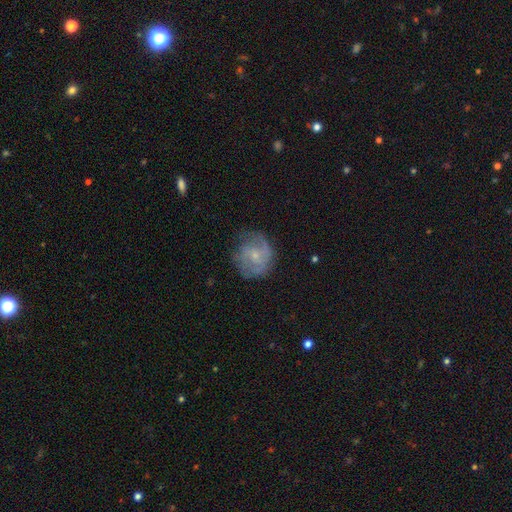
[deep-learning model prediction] Q: Smooth or featured?
A: featured or disk (60%); runner-up: smooth (32%)
Q: Edge-on disk?
A: no (98%); runner-up: yes (2%)
Q: Bar?
A: no (60%); runner-up: weak (35%)
Q: Spiral arms?
A: yes (78%); runner-up: no (22%)
Q: Bulge size?
A: small (68%); runner-up: moderate (23%)
Q: Merging?
A: none (63%); runner-up: minor disturbance (23%)